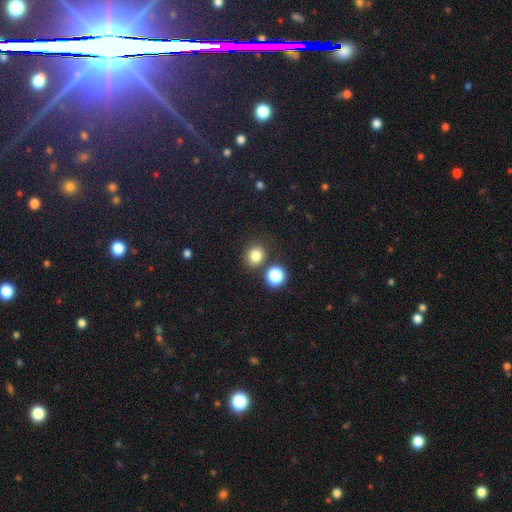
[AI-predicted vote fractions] smooth-or-featured: smooth: 80% | star or artifact: 14% | featured or disk: 6%
  how-rounded: round: 74% | in between: 25% | cigar-shaped: 1%
  merging: none: 76% | merger: 10% | minor disturbance: 10% | major disturbance: 4%